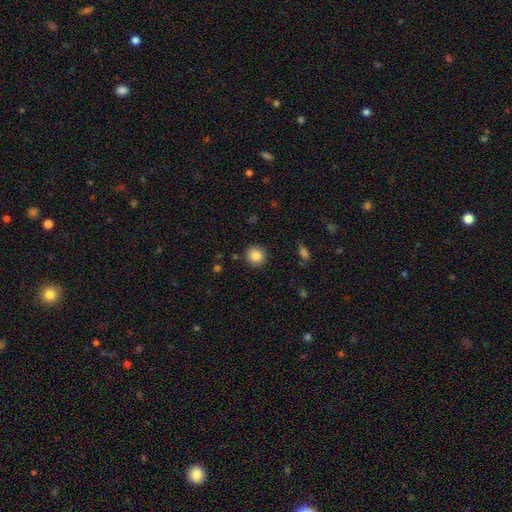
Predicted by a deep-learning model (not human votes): A smooth galaxy with no disk features (86%) that is round (91%). Merging: none (89%).